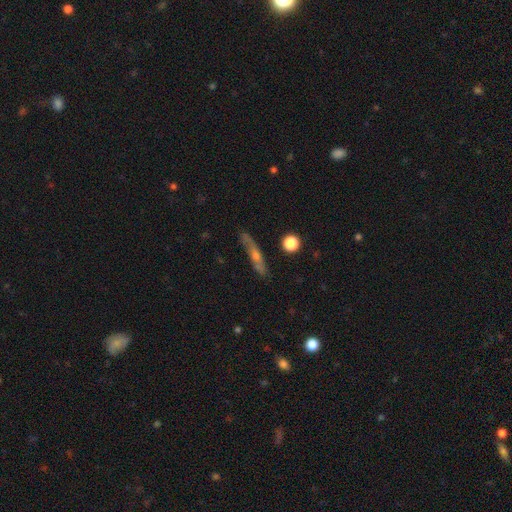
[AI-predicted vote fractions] smooth-or-featured: featured or disk: 57% | smooth: 34% | star or artifact: 9%
  disk-edge-on: yes: 80% | no: 20%
  merging: none: 81% | minor disturbance: 14% | major disturbance: 3% | merger: 2%